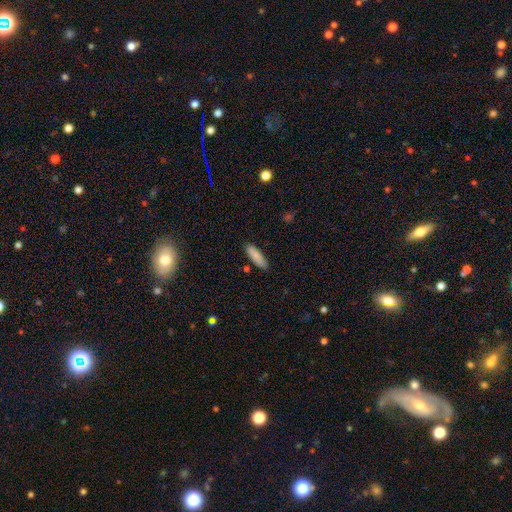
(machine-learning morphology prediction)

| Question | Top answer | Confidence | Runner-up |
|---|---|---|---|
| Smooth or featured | smooth | 85% | featured or disk (8%) |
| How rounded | cigar-shaped | 51% | in between (48%) |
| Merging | none | 86% | minor disturbance (10%) |